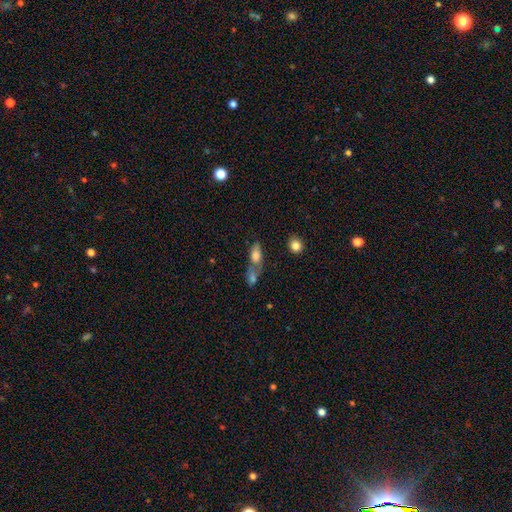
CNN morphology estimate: smooth-or-featured: smooth: 71% | featured or disk: 19% | star or artifact: 10%
  how-rounded: in between: 77% | cigar-shaped: 13% | round: 10%
  merging: merger: 54% | none: 26% | minor disturbance: 12% | major disturbance: 9%